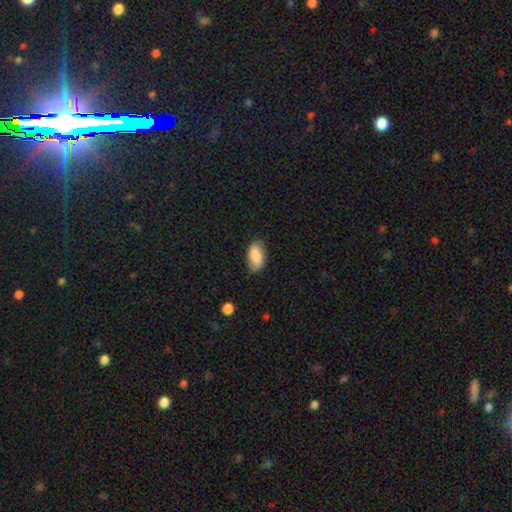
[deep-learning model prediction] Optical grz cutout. It shows a smooth galaxy with no disk features (77%) that is in between round and cigar-shaped (93%). Merging: none (70%).